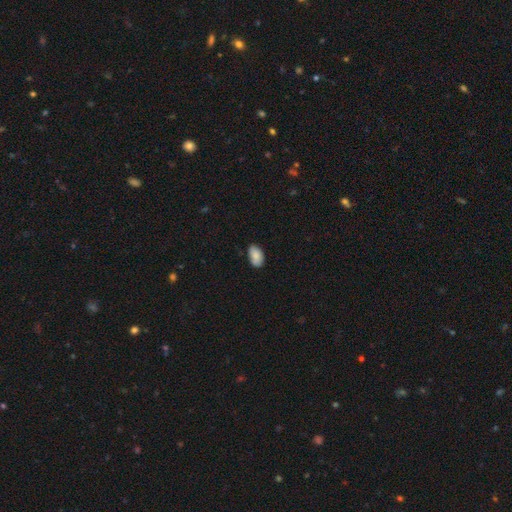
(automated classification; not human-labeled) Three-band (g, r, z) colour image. It shows a smooth galaxy with no disk features (86%) that is in between round and cigar-shaped (94%). Merging: none (74%).